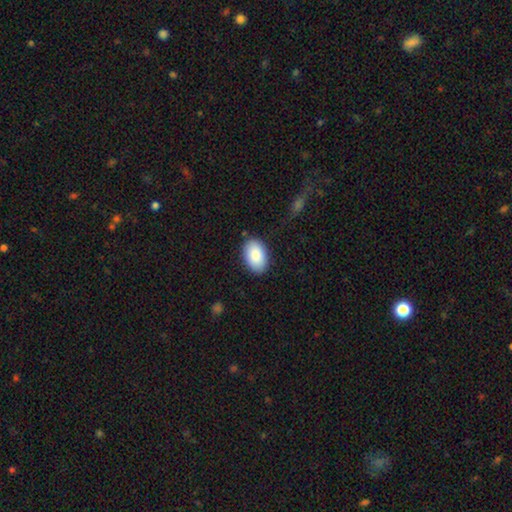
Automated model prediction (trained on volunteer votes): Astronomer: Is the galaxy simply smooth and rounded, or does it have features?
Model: smooth — 86%.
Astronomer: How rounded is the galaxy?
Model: in between — 91%.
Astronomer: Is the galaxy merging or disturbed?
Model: none — 86%.